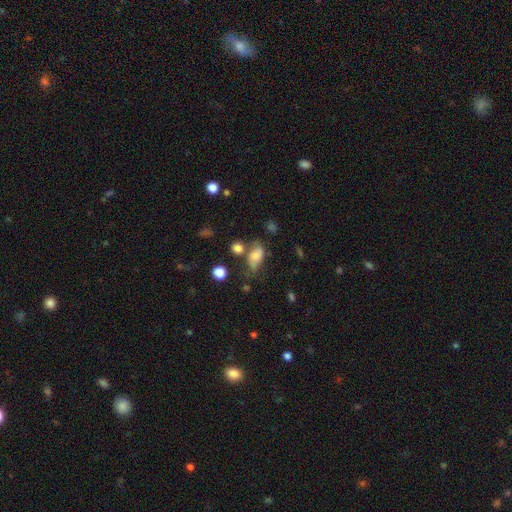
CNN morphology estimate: This appears to be a smooth galaxy with no disk features (63%) that is in between round and cigar-shaped (82%). Merging: none (41%).